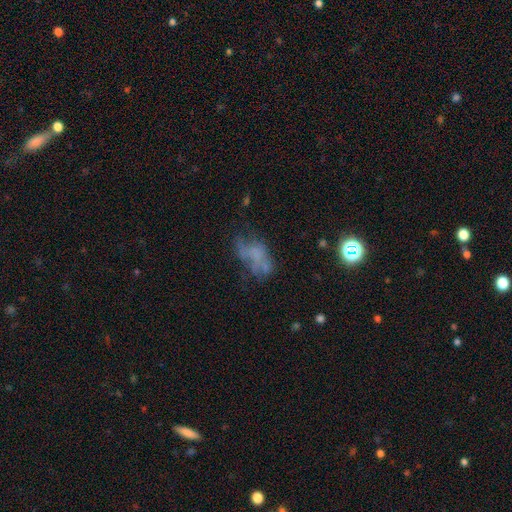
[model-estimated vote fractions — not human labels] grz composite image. It shows a featured or disk galaxy (44%). Merging: none (37%).